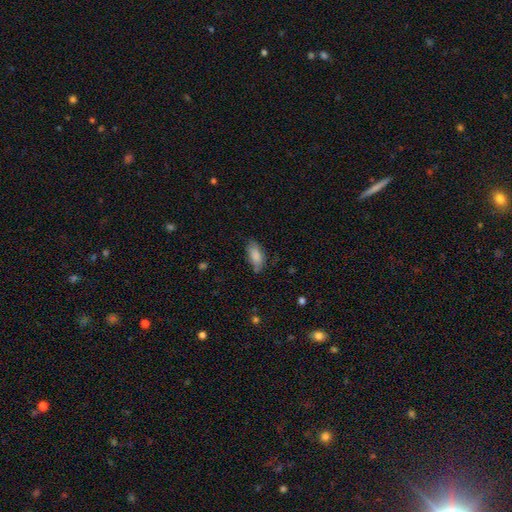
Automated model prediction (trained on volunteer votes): Q: Smooth or featured?
A: smooth (84%); runner-up: featured or disk (9%)
Q: How rounded?
A: in between (88%); runner-up: cigar-shaped (9%)
Q: Merging?
A: none (67%); runner-up: minor disturbance (25%)